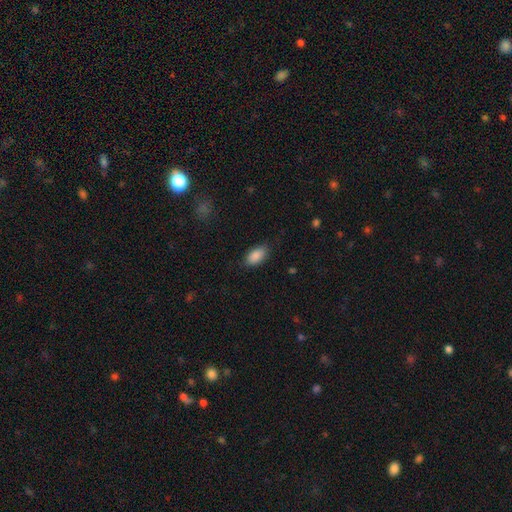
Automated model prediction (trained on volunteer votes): smooth 89%, star or artifact 7%, featured or disk 4%. Down the decision tree: how rounded — in between (93%); merging — none (81%).